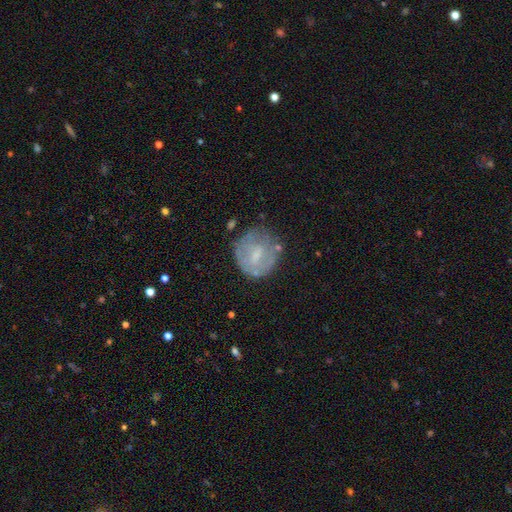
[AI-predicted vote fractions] smooth 47%, featured or disk 45%, star or artifact 9%. Down the decision tree: merging — none (63%).